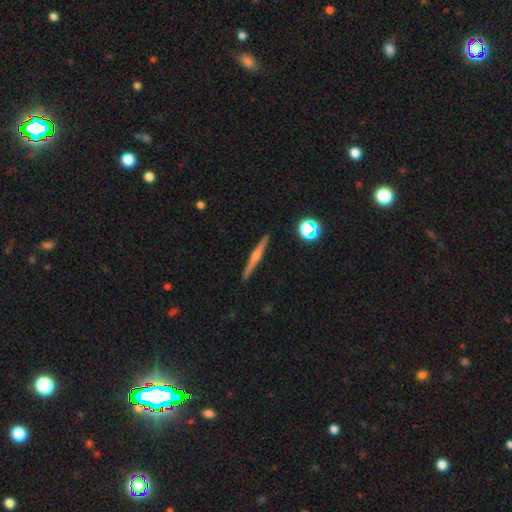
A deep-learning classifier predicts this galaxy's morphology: Smooth or featured? featured or disk (62%)
Edge-on disk? yes (98%)
Edge-on bulge? rounded (70%)
Merging? none (92%)